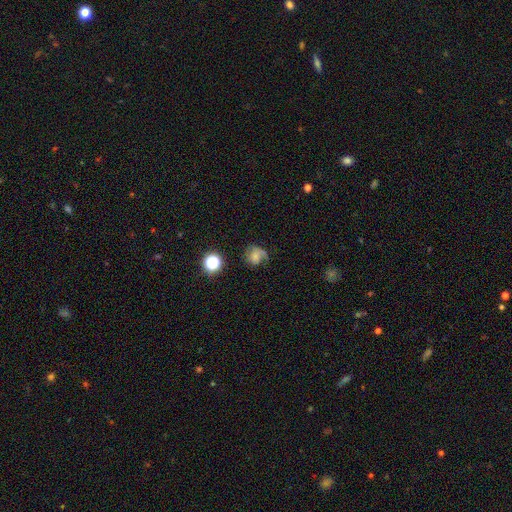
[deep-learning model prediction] Overall: smooth (46%; featured or disk 40%). Merging: none (47%; minor disturbance 26%).